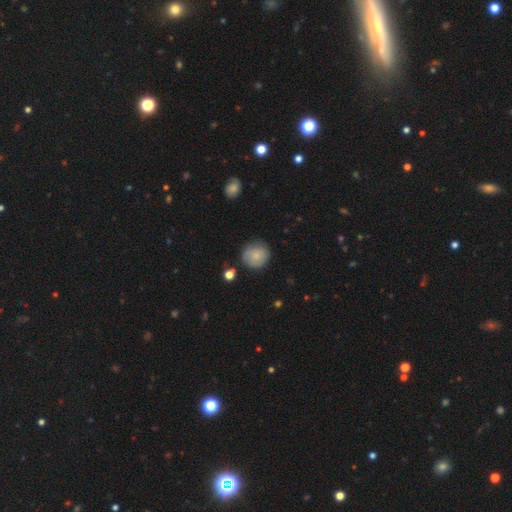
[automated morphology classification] Smooth or featured: smooth — 75% (featured or disk — 17%)
How rounded: round — 86% (in between — 13%)
Merging: none — 75% (minor disturbance — 18%)